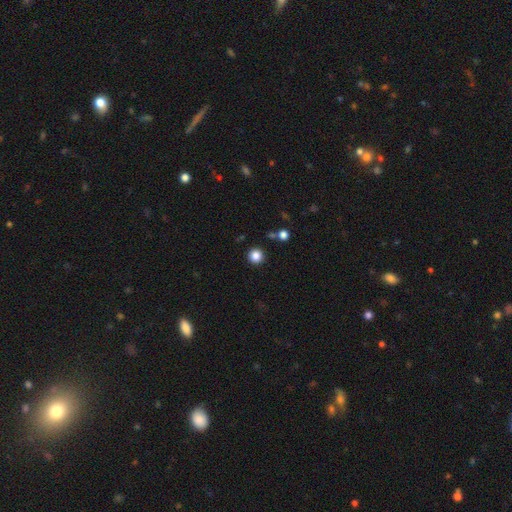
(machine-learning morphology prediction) type=smooth (85%); roundness=round (95%); merging=none (90%).